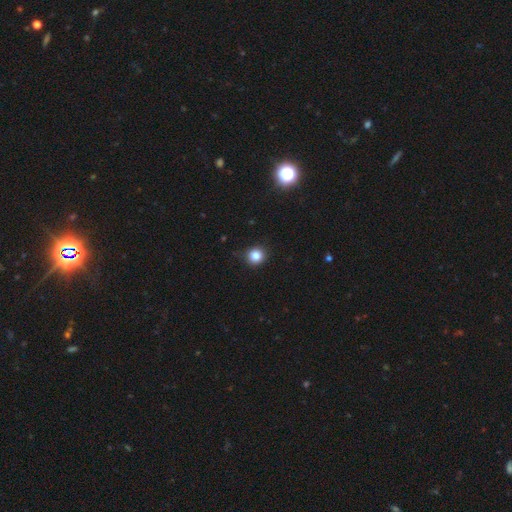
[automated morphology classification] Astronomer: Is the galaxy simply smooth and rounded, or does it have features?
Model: smooth — 82%.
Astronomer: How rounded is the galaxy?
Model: round — 91%.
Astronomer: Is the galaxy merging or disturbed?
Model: none — 86%.